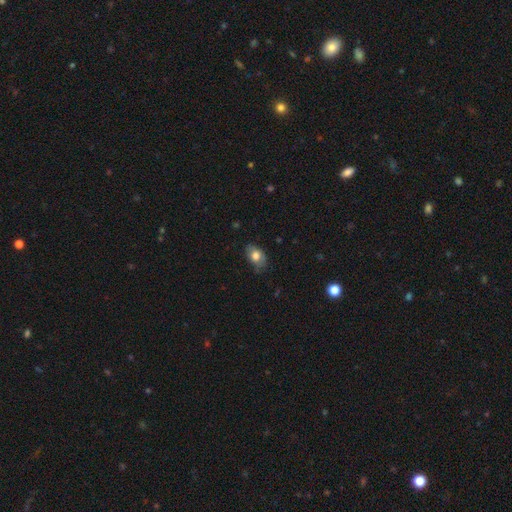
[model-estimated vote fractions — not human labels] This is likely a smooth galaxy (76%). How rounded: clearly in between (84%). Merging: likely none (66%).